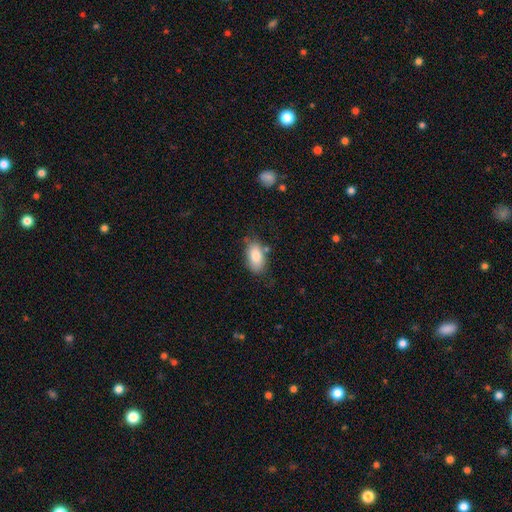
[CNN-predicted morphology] smooth-or-featured: smooth: 83% | featured or disk: 10% | star or artifact: 7%
  how-rounded: in between: 92% | round: 4% | cigar-shaped: 3%
  merging: none: 73% | minor disturbance: 19% | merger: 4% | major disturbance: 4%